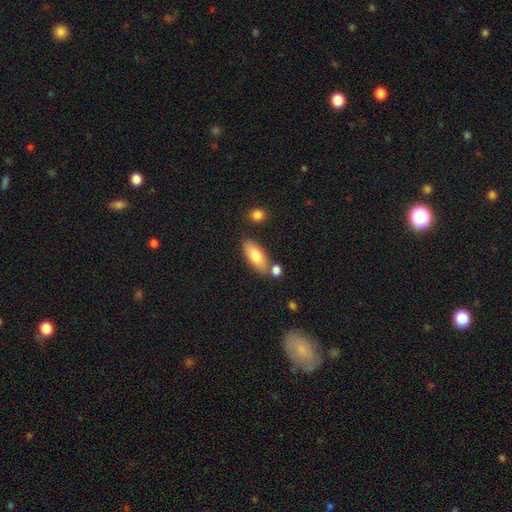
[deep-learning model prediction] A smooth galaxy with no disk features (75%) that is in between round and cigar-shaped (80%). Merging: none (72%).